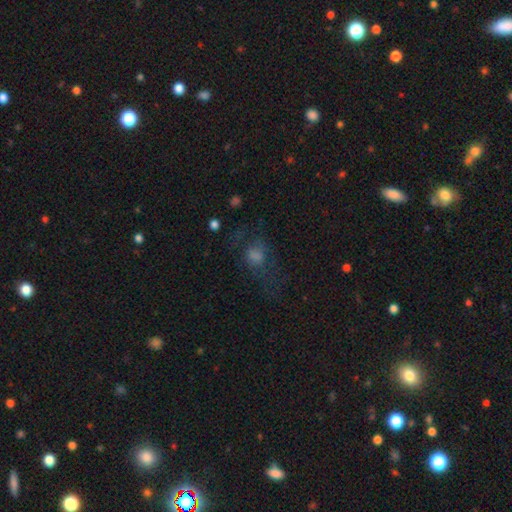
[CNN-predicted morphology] This is possibly a smooth galaxy (45%). Merging: possibly none (48%).